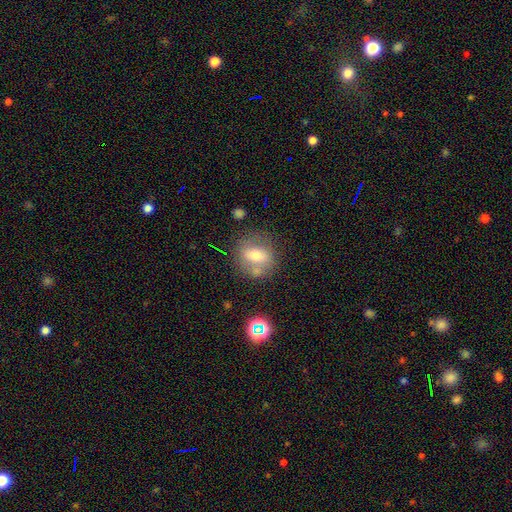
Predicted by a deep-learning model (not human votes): This appears to be a smooth galaxy with no disk features (56%) that is round (57%). Merging: none (65%).